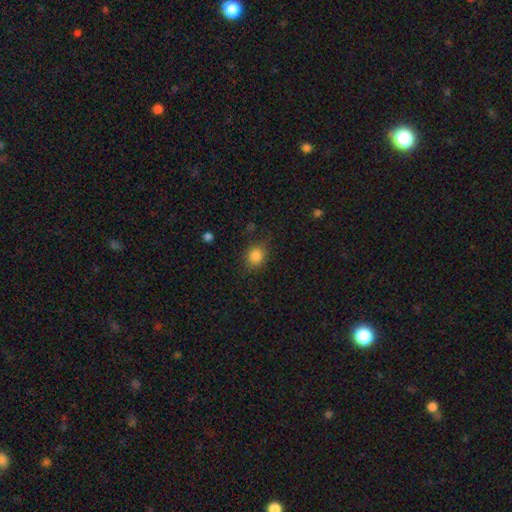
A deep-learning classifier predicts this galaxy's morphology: type=smooth (84%); roundness=round (68%); merging=none (78%).